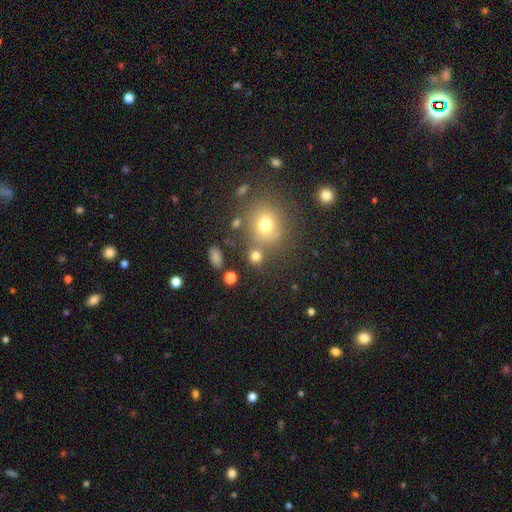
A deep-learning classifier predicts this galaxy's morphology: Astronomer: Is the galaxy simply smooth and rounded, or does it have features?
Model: smooth — 74%.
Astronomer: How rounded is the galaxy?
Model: round — 83%.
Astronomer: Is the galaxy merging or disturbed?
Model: none — 68%.